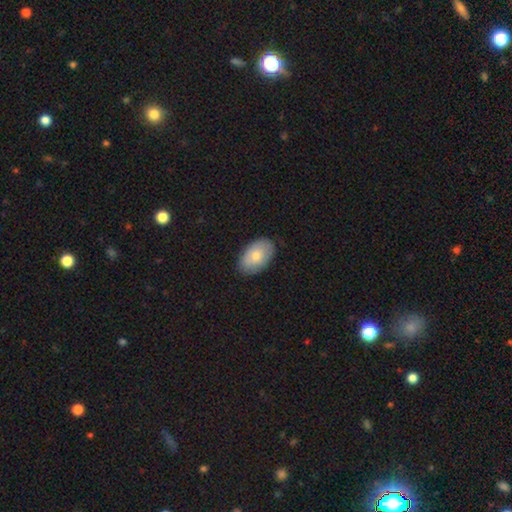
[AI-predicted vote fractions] smooth_or_featured: smooth (p=0.73) [alt: featured or disk p=0.21]
how_rounded: in between (p=0.92) [alt: round p=0.07]
merging: none (p=0.84) [alt: minor disturbance p=0.12]